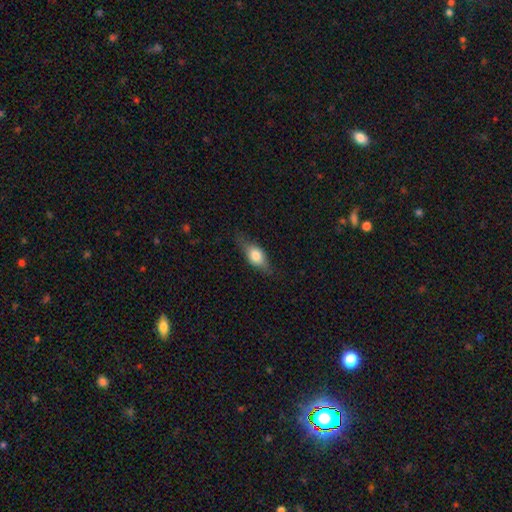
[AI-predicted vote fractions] The model was most divided on "smooth or featured": smooth: 65%, featured or disk: 28%, star or artifact: 7%. More confident: how rounded — in between (77%); merging — none (72%).